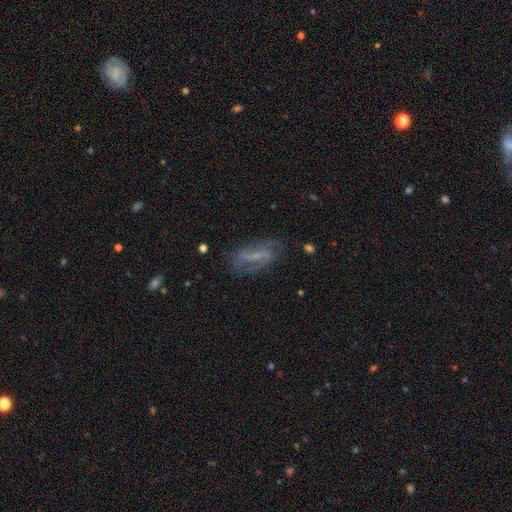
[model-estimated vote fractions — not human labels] This is likely a featured or disk galaxy (62%). It is clearly not viewed edge-on (85%). Bar: marginally strong (44%). Spiral arm pattern: likely yes (71%). Central bulge: possibly none (46%). Merging: likely none (66%).